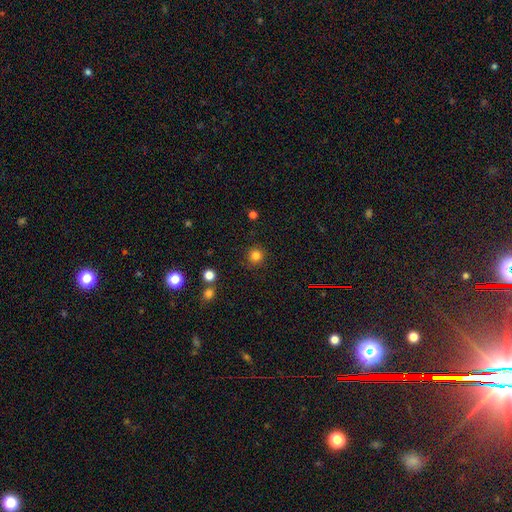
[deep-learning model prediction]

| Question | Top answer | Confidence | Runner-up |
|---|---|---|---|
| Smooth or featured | smooth | 82% | star or artifact (14%) |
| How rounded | round | 94% | in between (5%) |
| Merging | none | 89% | minor disturbance (7%) |